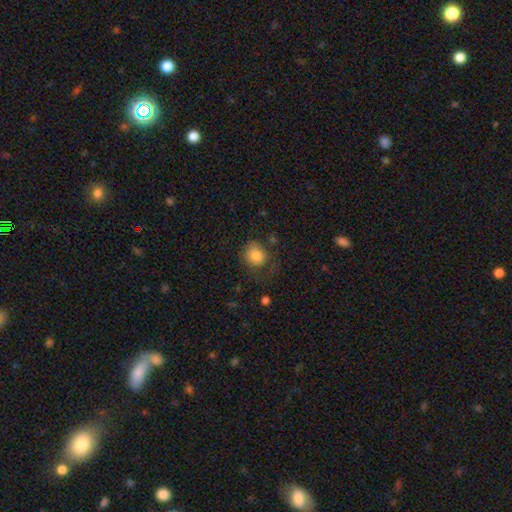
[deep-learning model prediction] Overall: smooth (82%). How rounded: round (78%). Merging: none (57%; minor disturbance 23%).